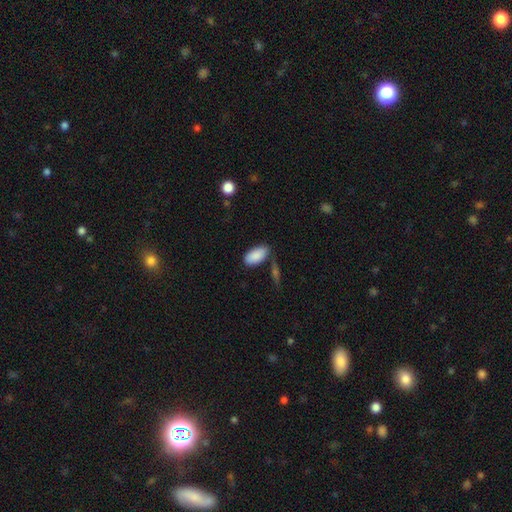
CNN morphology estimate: Q: Smooth or featured?
A: smooth (89%); runner-up: star or artifact (6%)
Q: How rounded?
A: in between (93%); runner-up: cigar-shaped (5%)
Q: Merging?
A: none (73%); runner-up: minor disturbance (16%)